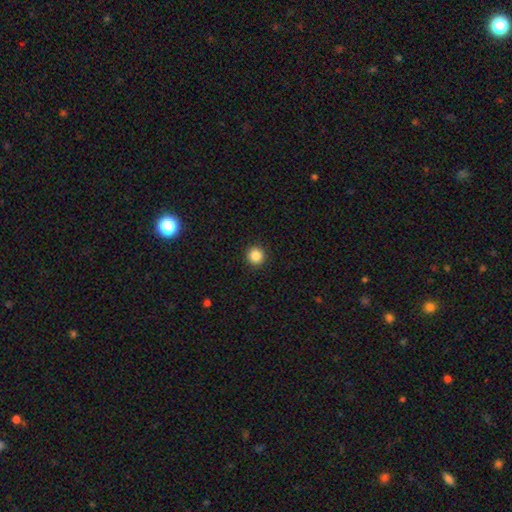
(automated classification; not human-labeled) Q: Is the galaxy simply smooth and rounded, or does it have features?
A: smooth — 86%.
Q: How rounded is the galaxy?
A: round — 95%.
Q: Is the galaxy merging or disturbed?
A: none — 93%.